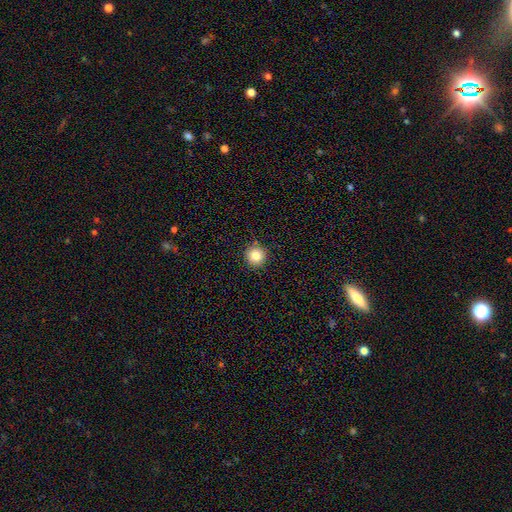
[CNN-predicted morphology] A smooth galaxy with no disk features (81%) that is round (95%). Merging: none (91%).